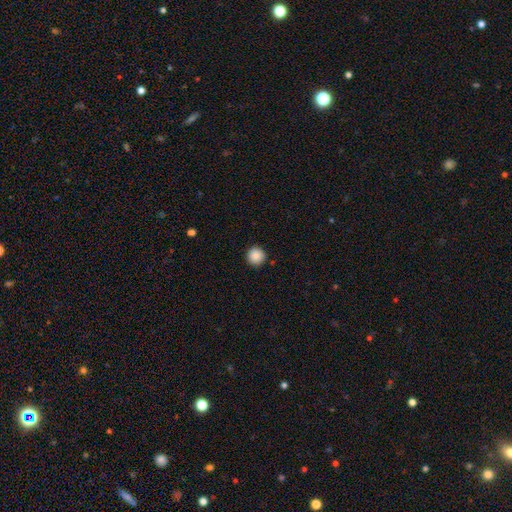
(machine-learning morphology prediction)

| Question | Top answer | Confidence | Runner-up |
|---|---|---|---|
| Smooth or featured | smooth | 88% | star or artifact (9%) |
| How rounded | round | 96% | in between (3%) |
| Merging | none | 91% | minor disturbance (6%) |